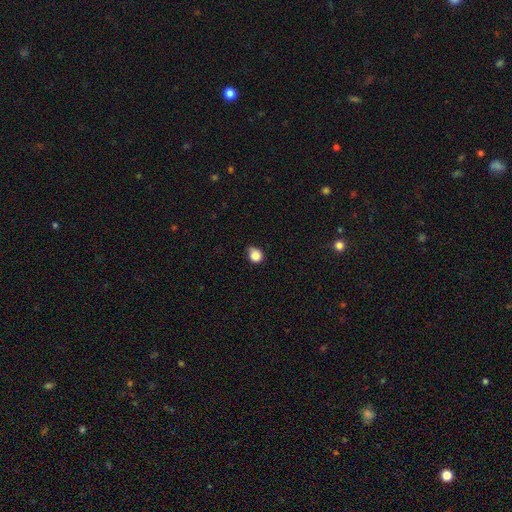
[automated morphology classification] smooth-or-featured: smooth: 86% | star or artifact: 10% | featured or disk: 5%
  how-rounded: round: 71% | in between: 28% | cigar-shaped: 1%
  merging: none: 57% | minor disturbance: 35% | major disturbance: 7% | merger: 2%